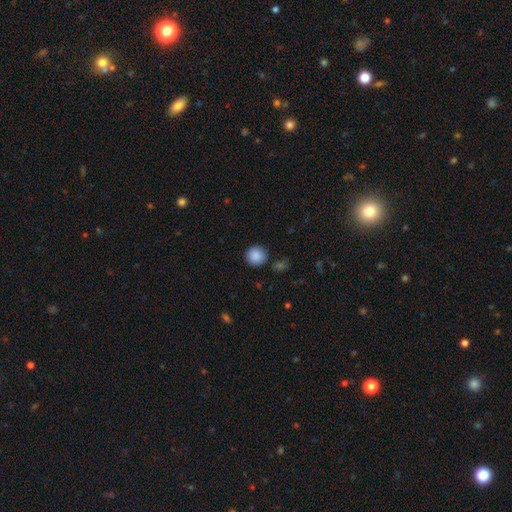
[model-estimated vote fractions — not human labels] Smooth or featured? Predicted: smooth (p=0.88). How rounded? Predicted: round (p=0.93). Merging? Predicted: none (p=0.87).